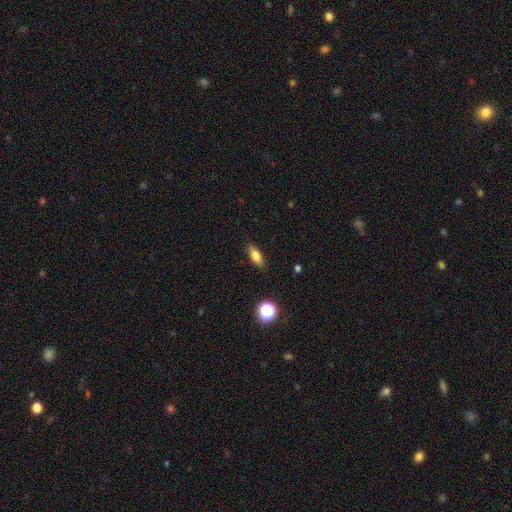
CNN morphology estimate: Smooth or featured? Predicted: smooth (p=0.74). How rounded? Predicted: in between (p=0.71). Merging? Predicted: none (p=0.87).